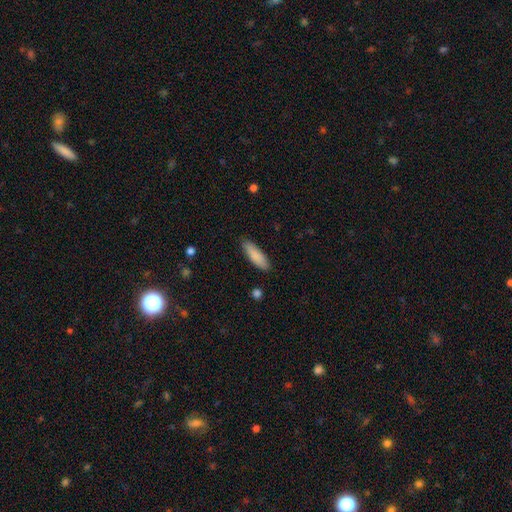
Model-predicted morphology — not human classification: Smooth or featured? smooth (87%)
How rounded? cigar-shaped (53%)
Merging? none (86%)